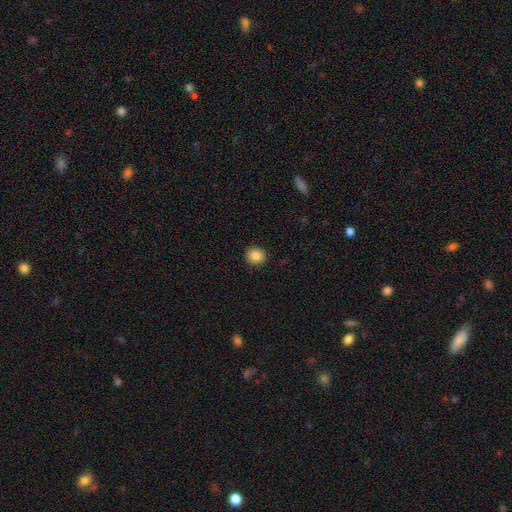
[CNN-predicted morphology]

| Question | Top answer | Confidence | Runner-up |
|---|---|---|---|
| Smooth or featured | smooth | 86% | star or artifact (10%) |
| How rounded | round | 91% | in between (8%) |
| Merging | none | 92% | minor disturbance (5%) |